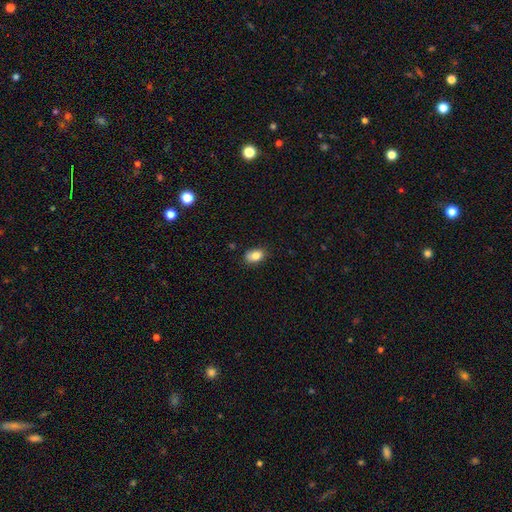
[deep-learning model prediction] Smooth or featured?
  - smooth: 83% *
  - star or artifact: 9%
  - featured or disk: 8%
How rounded?
  - in between: 83% *
  - round: 16%
  - cigar-shaped: 2%
Merging?
  - none: 75% *
  - minor disturbance: 20%
  - major disturbance: 3%
  - merger: 2%